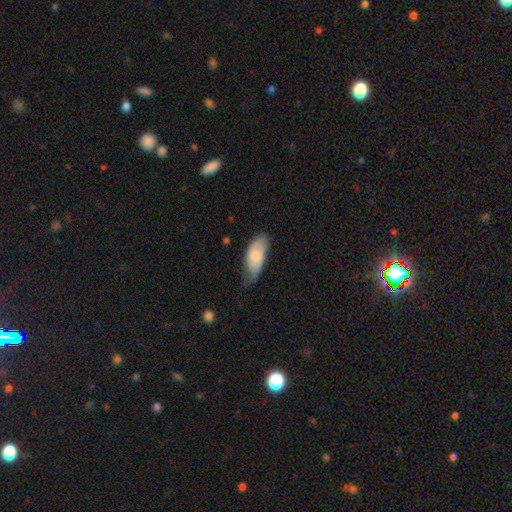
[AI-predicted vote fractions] Q: Smooth or featured?
A: smooth (79%); runner-up: featured or disk (16%)
Q: How rounded?
A: in between (87%); runner-up: cigar-shaped (11%)
Q: Merging?
A: minor disturbance (44%); runner-up: none (43%)